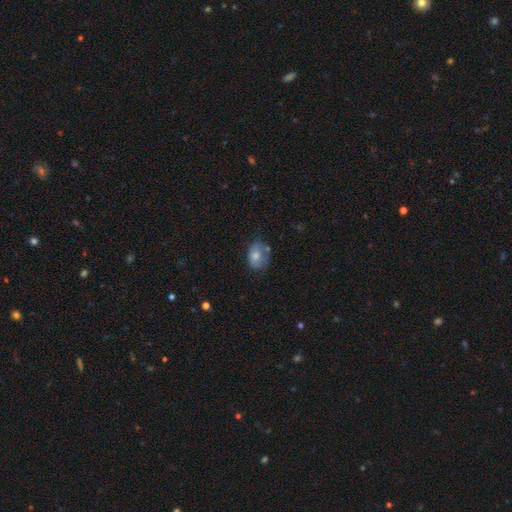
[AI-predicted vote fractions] Smooth or featured?
  - smooth: 61% *
  - featured or disk: 28%
  - star or artifact: 11%
How rounded?
  - in between: 66% *
  - round: 33%
  - cigar-shaped: 1%
Merging?
  - none: 49% *
  - minor disturbance: 31%
  - major disturbance: 14%
  - merger: 5%